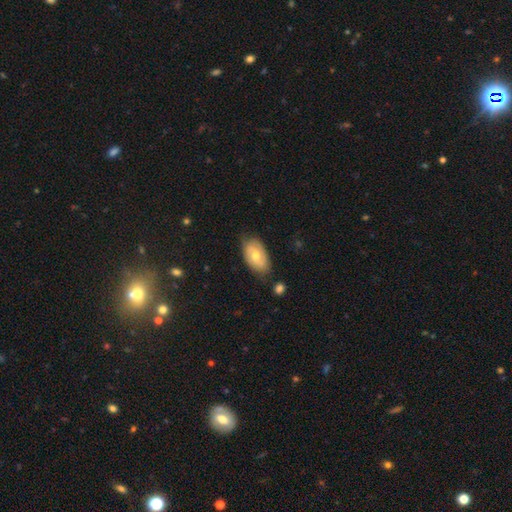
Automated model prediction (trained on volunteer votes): Overall: smooth (55%; featured or disk 38%). How rounded: in between (93%). Merging: none (73%).